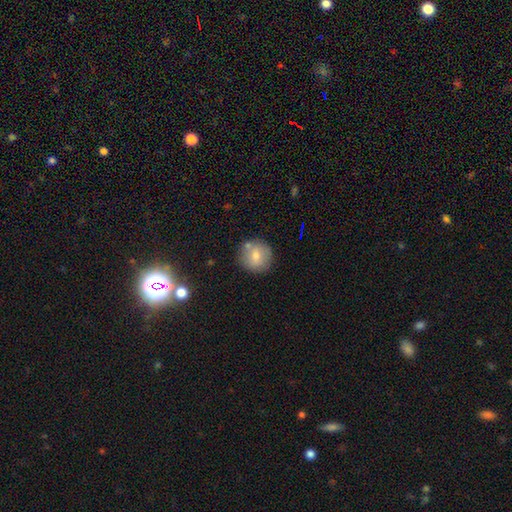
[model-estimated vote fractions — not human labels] Morphology: type=smooth (74%); roundness=round (93%); merging=none (78%).